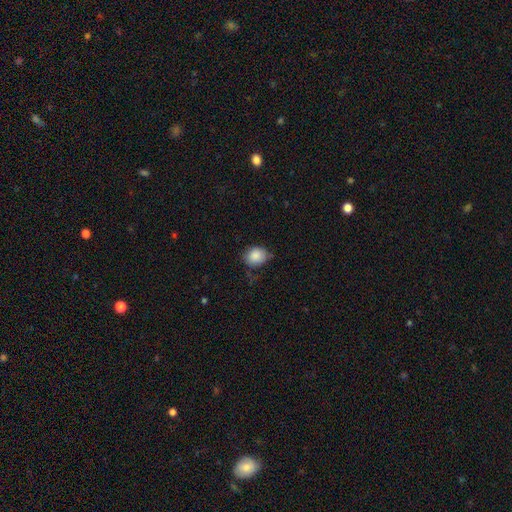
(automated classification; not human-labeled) This is clearly a smooth galaxy (86%). How rounded: possibly round (53%). Merging: possibly none (59%).